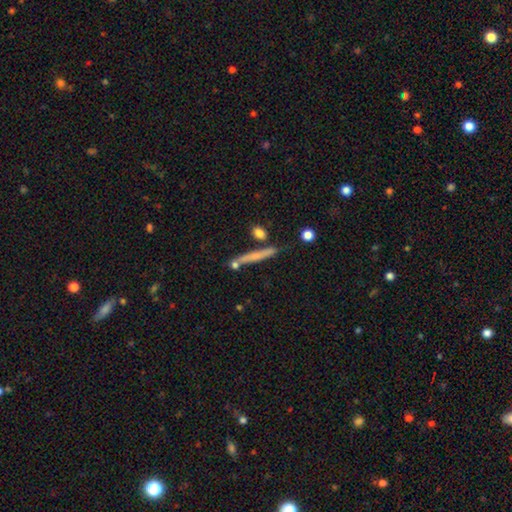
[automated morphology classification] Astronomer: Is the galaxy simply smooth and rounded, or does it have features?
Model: smooth — 56% (runner-up: featured or disk, 36%).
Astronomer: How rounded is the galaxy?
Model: cigar-shaped — 93%.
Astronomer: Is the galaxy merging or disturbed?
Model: none — 75%.